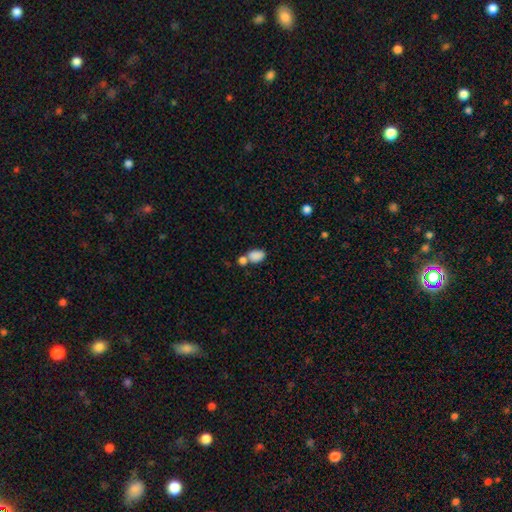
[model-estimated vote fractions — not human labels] Smooth or featured? smooth (85%)
How rounded? in between (85%)
Merging? merger (43%)